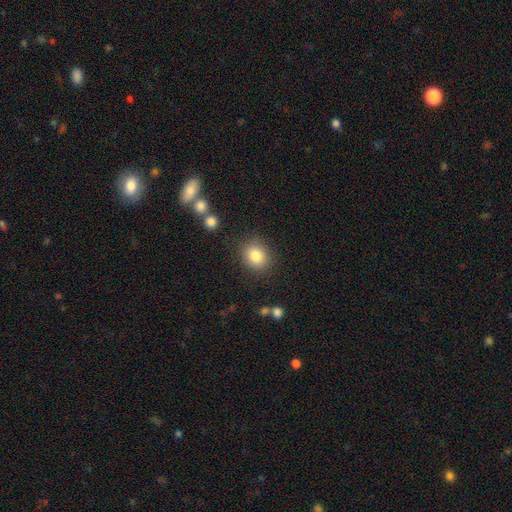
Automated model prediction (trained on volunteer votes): This appears to be a smooth galaxy with no disk features (83%) that is round (67%). Merging: none (84%).